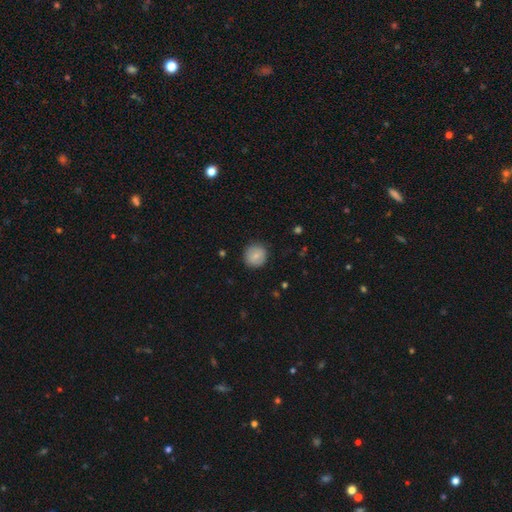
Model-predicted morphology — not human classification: The model was most divided on "smooth or featured": smooth: 78%, featured or disk: 15%, star or artifact: 8%. More confident: how rounded — round (91%); merging — none (87%).